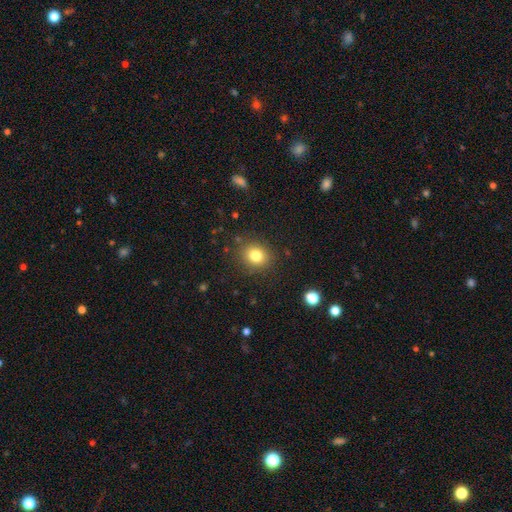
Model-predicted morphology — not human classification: A smooth galaxy with no disk features (80%) that is round (79%).

Vote fractions:
- Smooth or featured? smooth: 80% / star or artifact: 12% / featured or disk: 7%
- How rounded? round: 79% / in between: 20% / cigar-shaped: 1%
- Merging? none: 87% / minor disturbance: 8% / major disturbance: 3% / merger: 1%